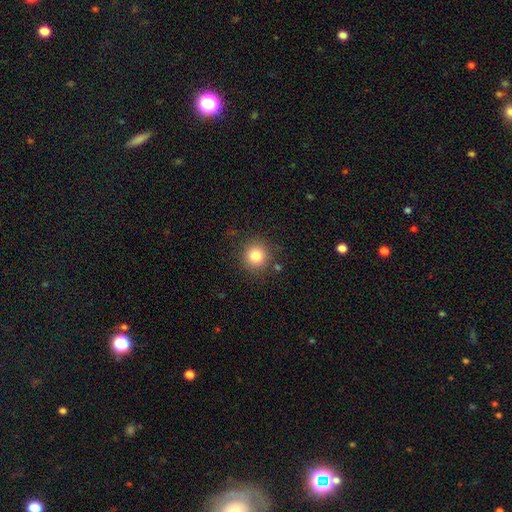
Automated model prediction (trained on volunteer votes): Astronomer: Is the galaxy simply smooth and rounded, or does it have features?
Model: smooth — 82%.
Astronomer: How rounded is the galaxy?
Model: round — 93%.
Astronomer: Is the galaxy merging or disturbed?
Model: none — 87%.